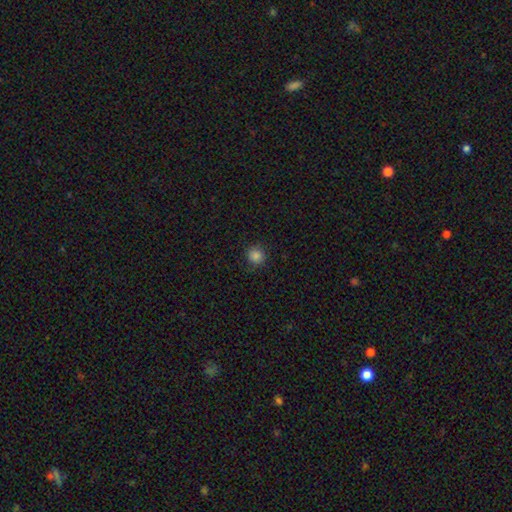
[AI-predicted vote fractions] A smooth galaxy with no disk features (84%) that is round (91%).

Vote fractions:
- Smooth or featured? smooth: 84% / star or artifact: 11% / featured or disk: 5%
- How rounded? round: 91% / in between: 8% / cigar-shaped: 1%
- Merging? none: 84% / minor disturbance: 11% / major disturbance: 3% / merger: 1%